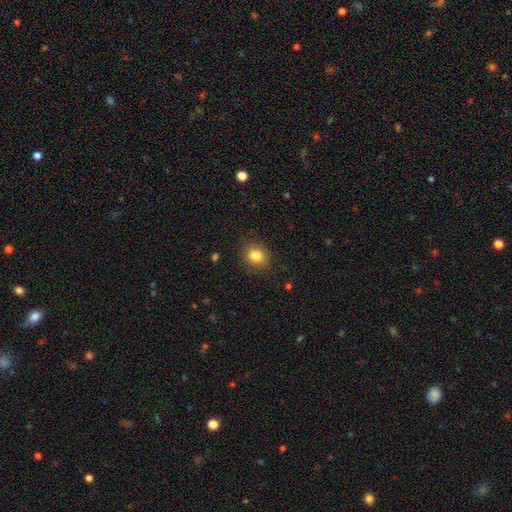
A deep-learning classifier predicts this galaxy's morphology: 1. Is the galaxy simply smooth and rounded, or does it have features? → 83% smooth, 11% star or artifact, 6% featured or disk.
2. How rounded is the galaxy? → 65% round, 34% in between, 1% cigar-shaped.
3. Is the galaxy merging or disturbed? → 86% none, 10% minor disturbance, 3% major disturbance, 1% merger.